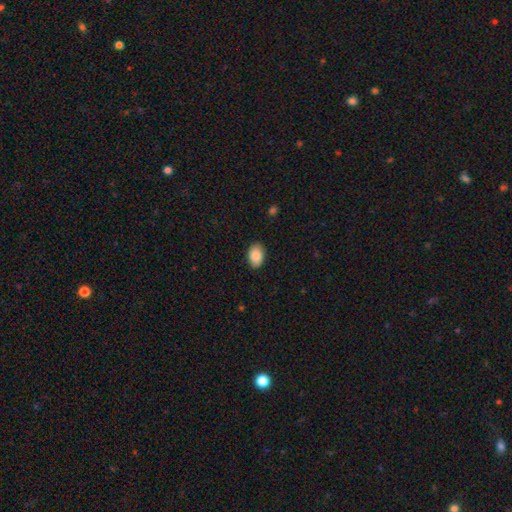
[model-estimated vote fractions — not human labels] Overall: smooth (88%). How rounded: in between (87%). Merging: none (86%).